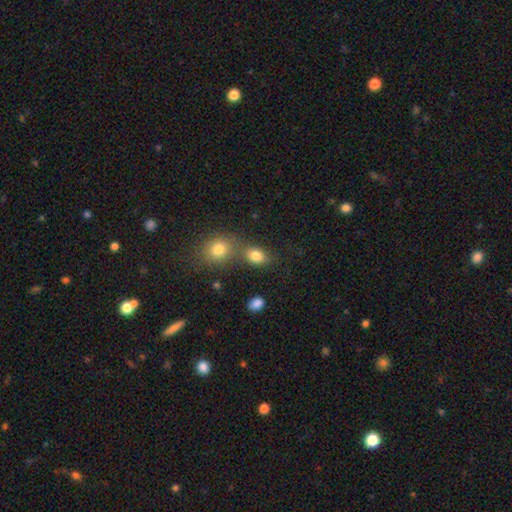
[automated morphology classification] smooth-or-featured: smooth: 80% | star or artifact: 12% | featured or disk: 8%
  how-rounded: in between: 61% | round: 37% | cigar-shaped: 2%
  merging: none: 51% | merger: 33% | minor disturbance: 11% | major disturbance: 5%